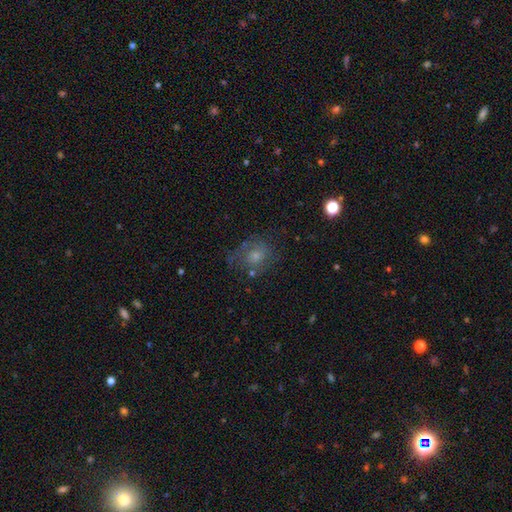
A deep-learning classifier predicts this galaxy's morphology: featured or disk 41%, smooth 38%, star or artifact 21%. Down the decision tree: merging — none (63%).